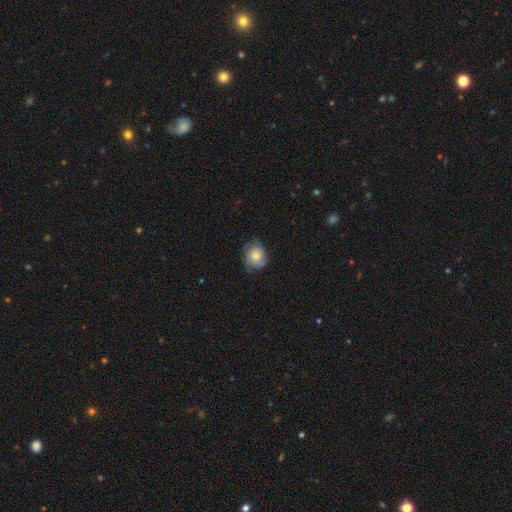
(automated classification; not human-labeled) Smooth or featured?
  - smooth: 64% *
  - featured or disk: 28%
  - star or artifact: 8%
How rounded?
  - round: 73% *
  - in between: 27%
  - cigar-shaped: 1%
Merging?
  - none: 66% *
  - minor disturbance: 26%
  - major disturbance: 8%
  - merger: 1%